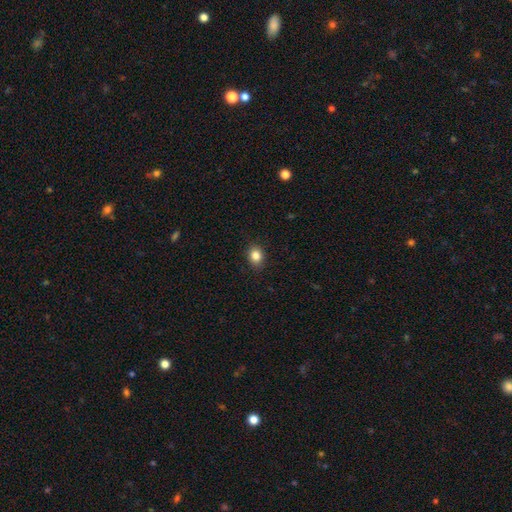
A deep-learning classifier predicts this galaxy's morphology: A smooth galaxy with no disk features (84%) that is round (55%).

Vote fractions:
- Smooth or featured? smooth: 84% / star or artifact: 11% / featured or disk: 5%
- How rounded? round: 55% / in between: 44% / cigar-shaped: 1%
- Merging? none: 89% / minor disturbance: 8% / major disturbance: 2% / merger: 1%